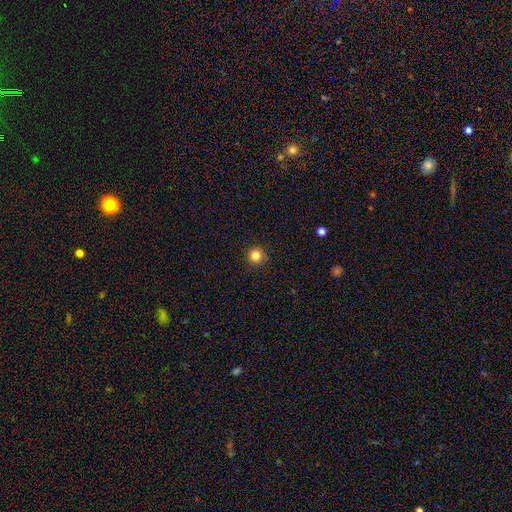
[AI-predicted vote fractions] A smooth galaxy with no disk features (83%) that is round (95%).

Vote fractions:
- Smooth or featured? smooth: 83% / star or artifact: 12% / featured or disk: 5%
- How rounded? round: 95% / in between: 4% / cigar-shaped: 1%
- Merging? none: 91% / minor disturbance: 6% / major disturbance: 2% / merger: 1%